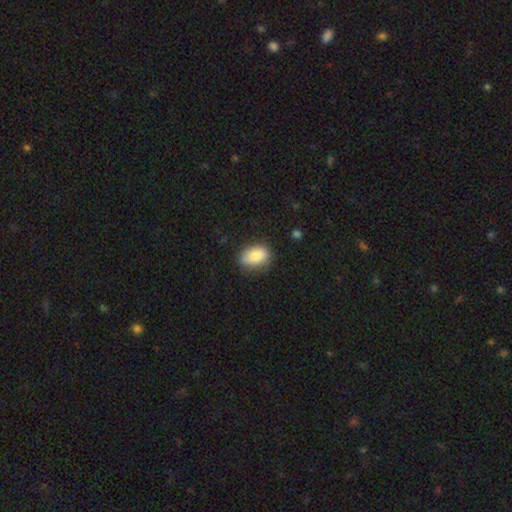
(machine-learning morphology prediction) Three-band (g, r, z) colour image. It shows a smooth galaxy with no disk features (84%) that is in between round and cigar-shaped (85%). Merging: none (76%).